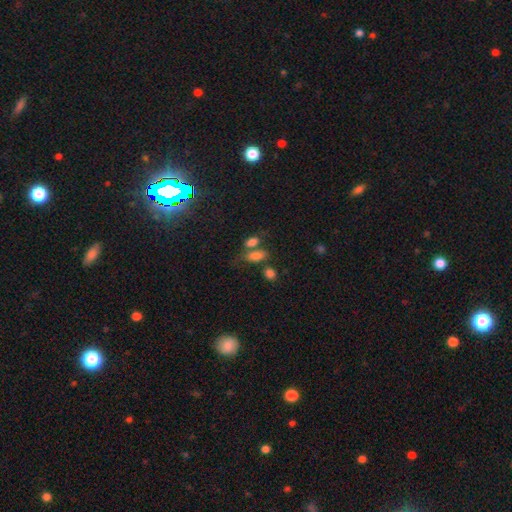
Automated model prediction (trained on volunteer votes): smooth-or-featured: smooth: 79% | star or artifact: 11% | featured or disk: 10%
  how-rounded: in between: 84% | cigar-shaped: 8% | round: 8%
  merging: none: 45% | merger: 34% | minor disturbance: 14% | major disturbance: 7%